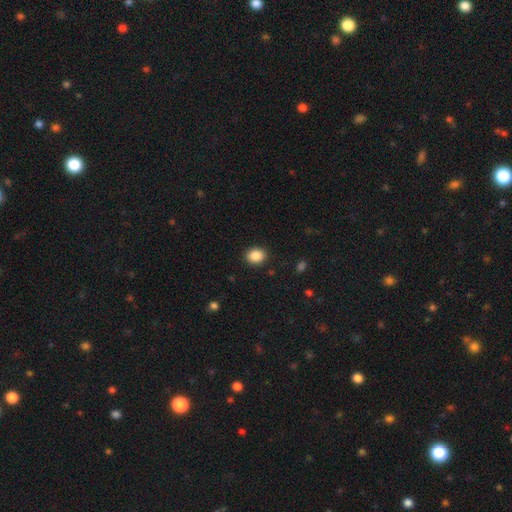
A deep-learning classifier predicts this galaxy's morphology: type=smooth (87%); roundness=round (62%); merging=none (90%).